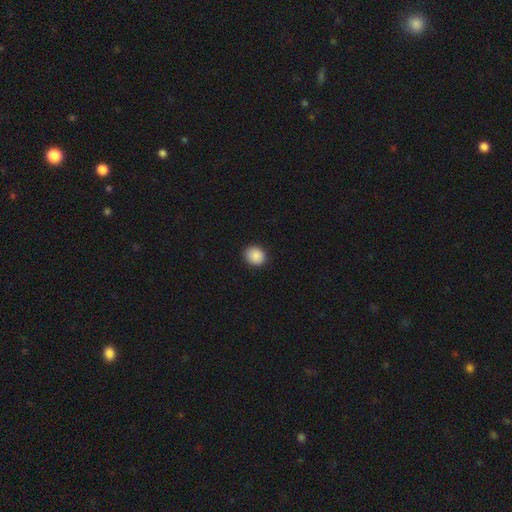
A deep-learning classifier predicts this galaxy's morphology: A smooth galaxy with no disk features (89%) that is round (66%). Merging: none (89%).